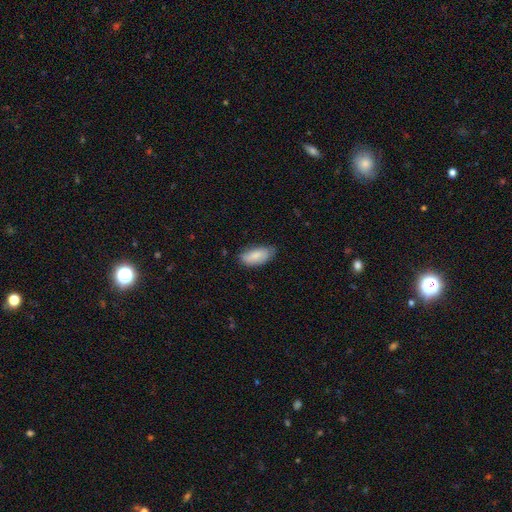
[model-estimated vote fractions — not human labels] Q: Smooth or featured?
A: smooth (82%); runner-up: featured or disk (12%)
Q: How rounded?
A: in between (89%); runner-up: cigar-shaped (9%)
Q: Merging?
A: none (72%); runner-up: minor disturbance (23%)